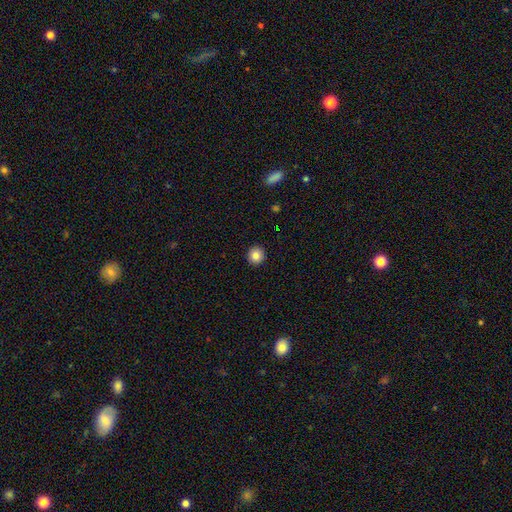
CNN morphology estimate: smooth-or-featured: smooth: 83% | star or artifact: 9% | featured or disk: 7%
  how-rounded: round: 93% | in between: 6% | cigar-shaped: 1%
  merging: none: 93% | minor disturbance: 5% | major disturbance: 1% | merger: 1%